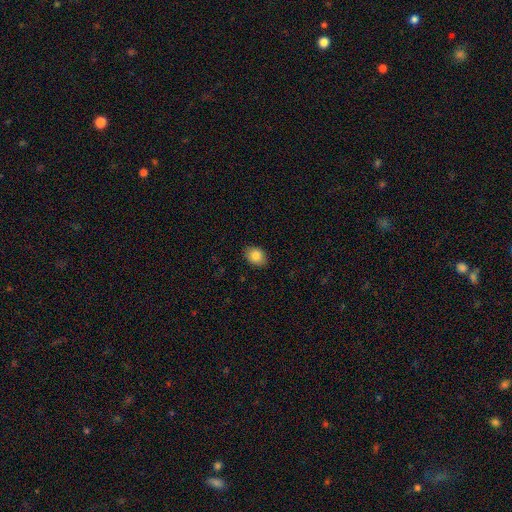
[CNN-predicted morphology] smooth-or-featured: smooth: 85% | star or artifact: 8% | featured or disk: 6%
  how-rounded: in between: 66% | round: 33% | cigar-shaped: 1%
  merging: none: 89% | minor disturbance: 8% | major disturbance: 2% | merger: 1%